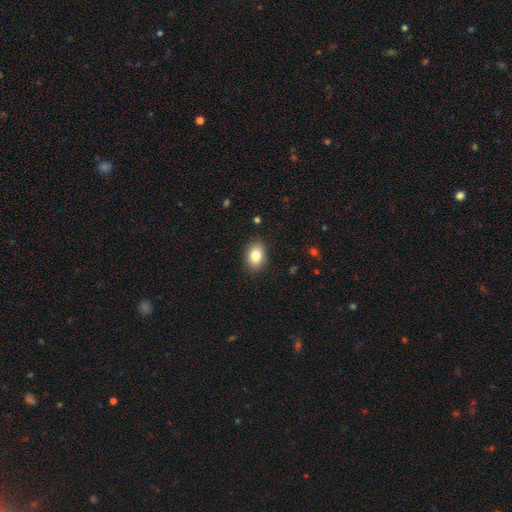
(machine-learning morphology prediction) A smooth galaxy with no disk features (84%) that is in between round and cigar-shaped (78%).

Vote fractions:
- Smooth or featured? smooth: 84% / star or artifact: 8% / featured or disk: 8%
- How rounded? in between: 78% / round: 21% / cigar-shaped: 1%
- Merging? none: 87% / minor disturbance: 10% / major disturbance: 2% / merger: 1%